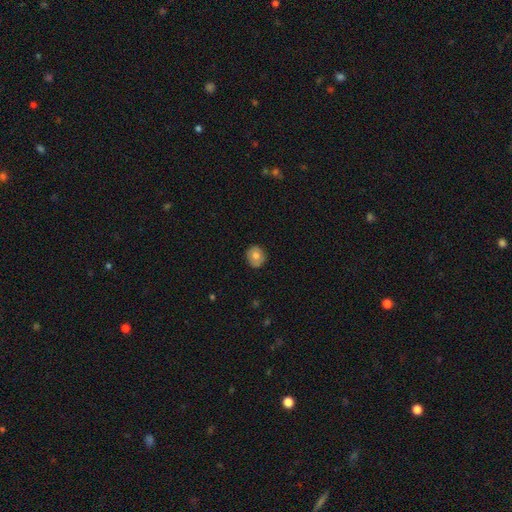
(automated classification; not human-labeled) A smooth galaxy with no disk features (76%) that is round (75%). Merging: none (85%).